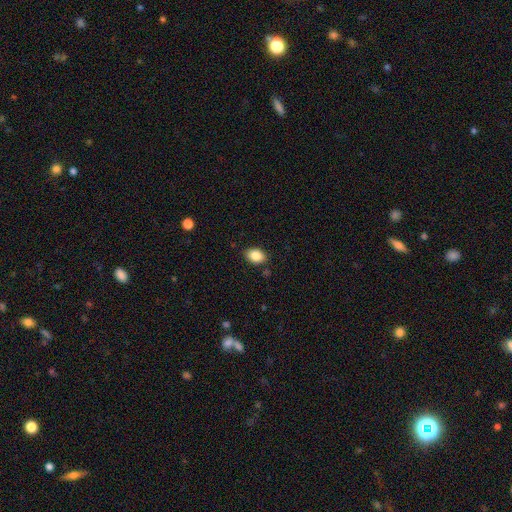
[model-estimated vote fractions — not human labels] smooth-or-featured: smooth: 86% | star or artifact: 8% | featured or disk: 6%
  how-rounded: in between: 76% | round: 23% | cigar-shaped: 1%
  merging: none: 86% | minor disturbance: 10% | major disturbance: 2% | merger: 2%